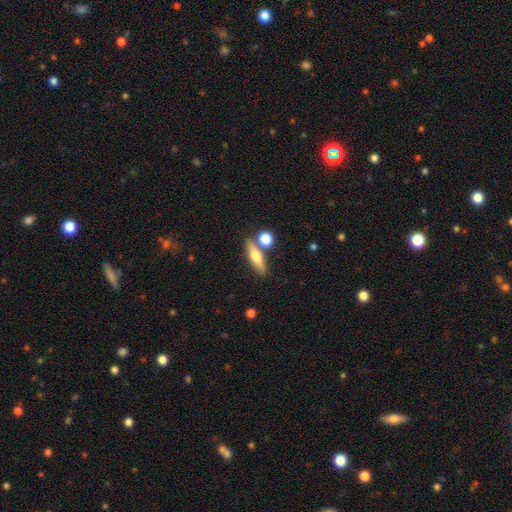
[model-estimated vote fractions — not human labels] Smooth or featured? smooth (55%)
How rounded? cigar-shaped (55%)
Merging? none (68%)